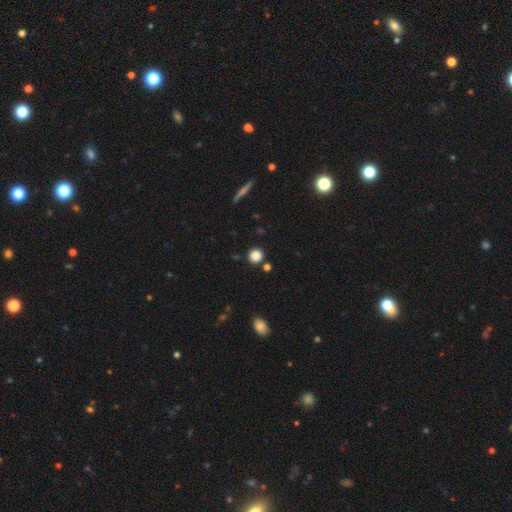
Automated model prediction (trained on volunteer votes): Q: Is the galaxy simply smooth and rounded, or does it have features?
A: smooth — 84%.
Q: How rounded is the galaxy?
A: round — 92%.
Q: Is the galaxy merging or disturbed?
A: none — 86%.